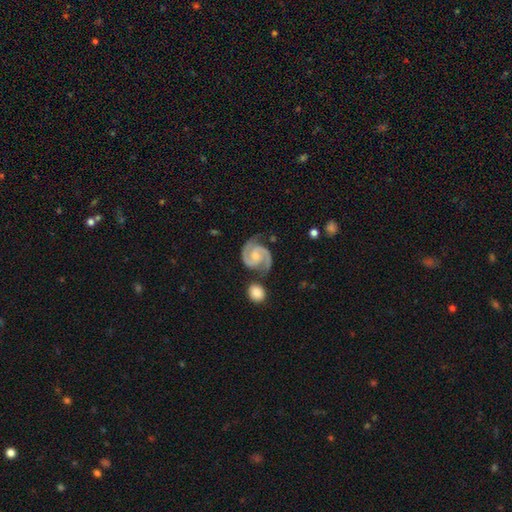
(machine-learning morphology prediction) This is clearly a featured or disk galaxy (92%). It is clearly not viewed edge-on (98%). Bar: possibly no (48%). Spiral arm pattern: clearly yes (99%). Spiral arm count: clearly 2 (94%). Spiral winding: possibly medium (53%). Central bulge: possibly small (49%). Merging: likely none (74%).